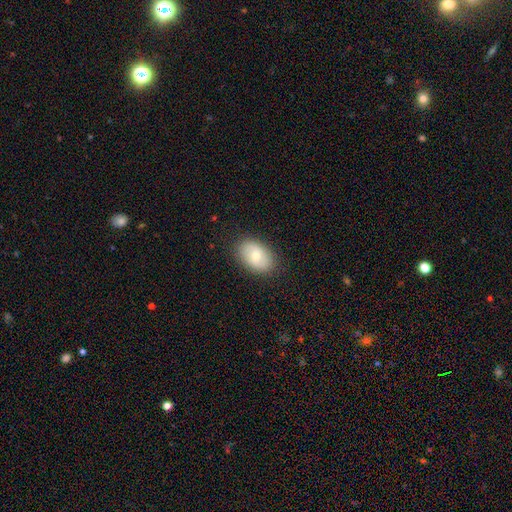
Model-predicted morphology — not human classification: type=smooth (70%); roundness=in between (86%); merging=none (86%).